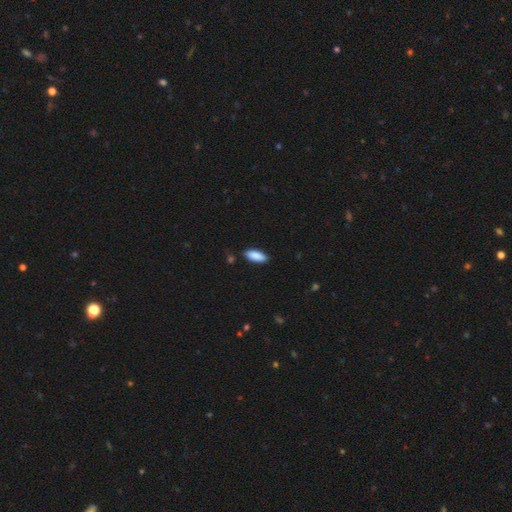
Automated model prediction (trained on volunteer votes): The model was most divided on "how rounded": in between: 77%, cigar-shaped: 21%, round: 2%. More confident: smooth or featured — smooth (89%); merging — none (84%).